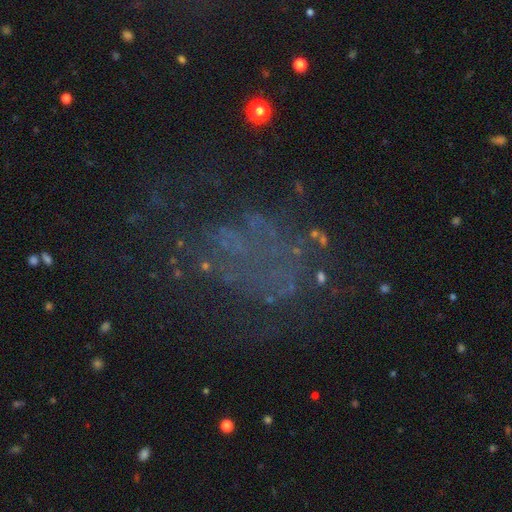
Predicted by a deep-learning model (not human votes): star or artifact 48%, featured or disk 31%, smooth 21%.